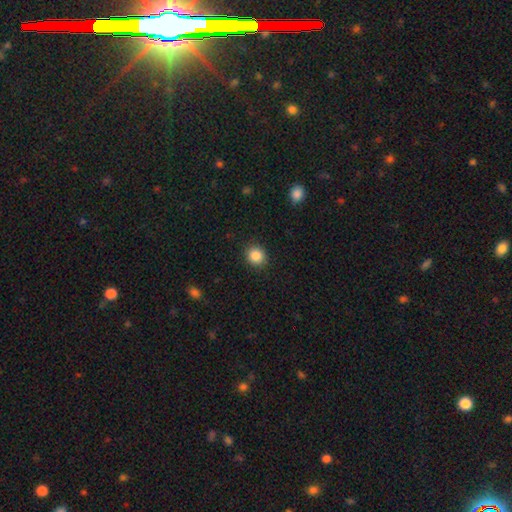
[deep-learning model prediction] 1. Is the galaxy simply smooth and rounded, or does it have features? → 86% smooth, 10% star or artifact, 4% featured or disk.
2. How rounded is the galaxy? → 83% round, 16% in between, 1% cigar-shaped.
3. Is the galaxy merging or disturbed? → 90% none, 7% minor disturbance, 2% major disturbance, 1% merger.